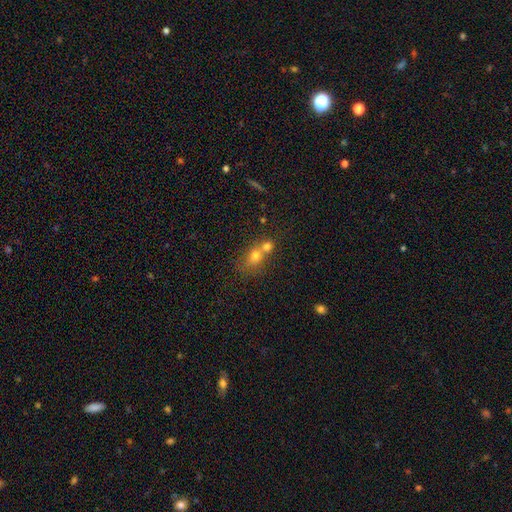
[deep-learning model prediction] A smooth galaxy with no disk features (67%) that is round (57%).

Vote fractions:
- Smooth or featured? smooth: 67% / featured or disk: 18% / star or artifact: 15%
- How rounded? round: 57% / in between: 40% / cigar-shaped: 3%
- Merging? merger: 61% / none: 28% / minor disturbance: 7% / major disturbance: 4%